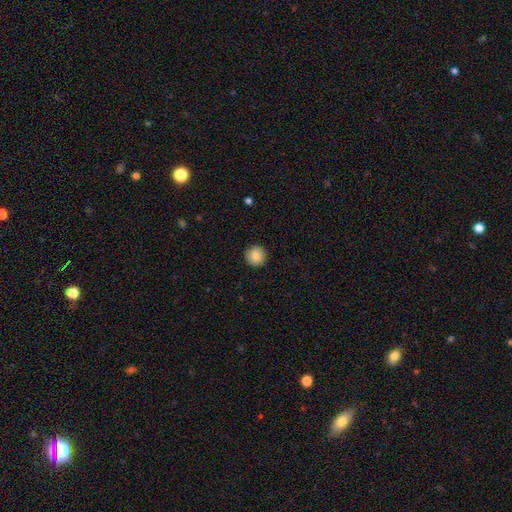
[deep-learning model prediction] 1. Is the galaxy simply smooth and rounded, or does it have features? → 87% smooth, 8% star or artifact, 5% featured or disk.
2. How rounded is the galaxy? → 94% round, 5% in between, 1% cigar-shaped.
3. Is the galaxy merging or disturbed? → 91% none, 6% minor disturbance, 2% major disturbance, 1% merger.